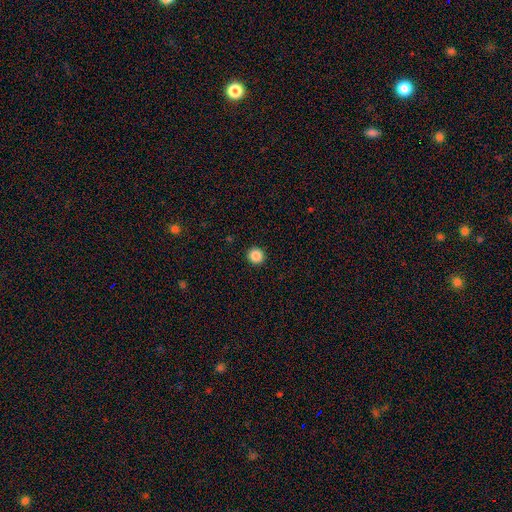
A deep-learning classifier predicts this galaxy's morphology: Overall: smooth (86%). How rounded: round (94%). Merging: none (93%).